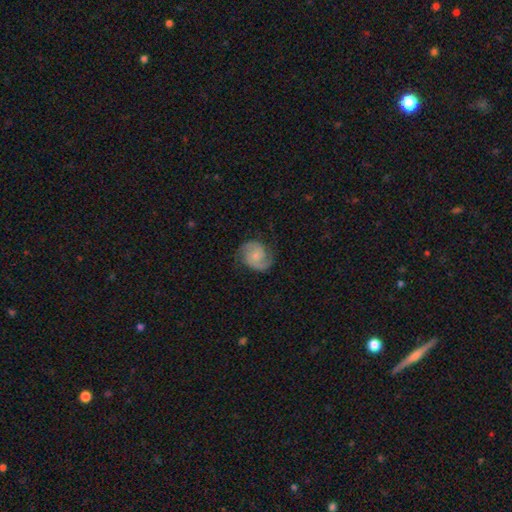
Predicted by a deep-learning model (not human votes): Smooth or featured: featured or disk — 80% (smooth — 14%)
Edge-on disk: no — 98% (yes — 2%)
Bar: no — 66% (weak — 30%)
Spiral arms: yes — 96% (no — 4%)
Spiral winding: medium — 51% (tight — 31%)
Spiral arm count: 2 — 88% (can't tell — 4%)
Bulge size: small — 59% (moderate — 27%)
Merging: none — 77% (minor disturbance — 16%)